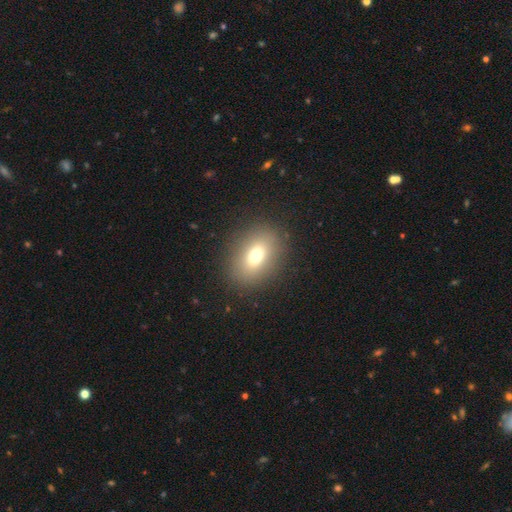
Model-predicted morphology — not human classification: Smooth or featured: smooth — 73% (featured or disk — 14%)
How rounded: in between — 68% (round — 30%)
Merging: none — 87% (minor disturbance — 8%)